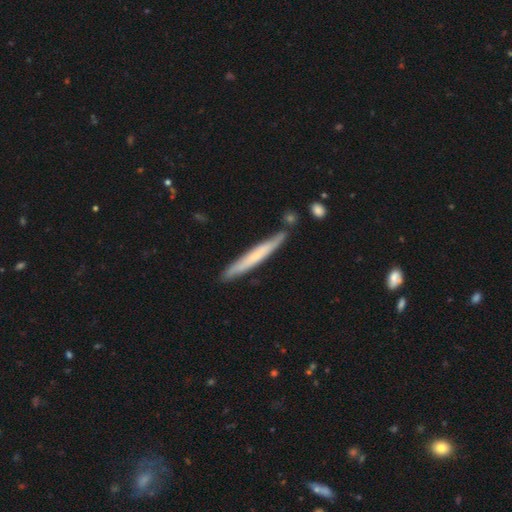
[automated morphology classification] smooth-or-featured: smooth: 52% | featured or disk: 43% | star or artifact: 5%
  how-rounded: cigar-shaped: 96% | in between: 3% | round: 1%
  merging: none: 80% | minor disturbance: 13% | merger: 5% | major disturbance: 2%